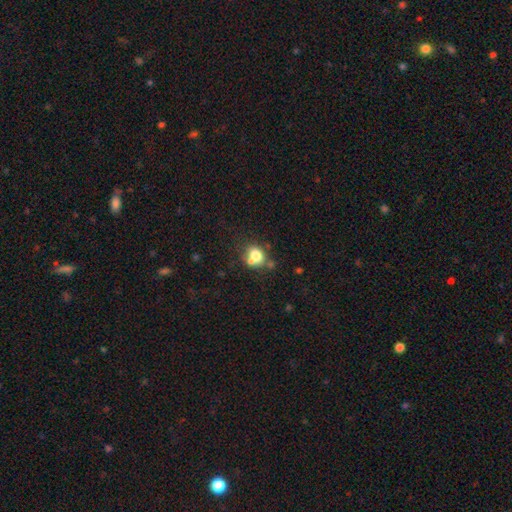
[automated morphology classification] Smooth or featured? smooth (75%)
How rounded? round (57%)
Merging? none (46%)